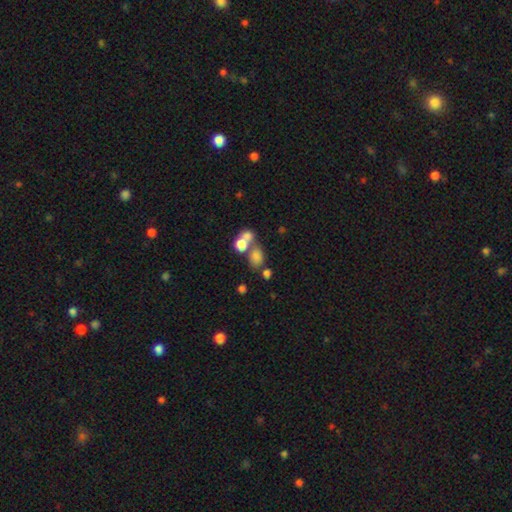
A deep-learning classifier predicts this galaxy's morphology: Smooth or featured: smooth — 66% (star or artifact — 19%)
How rounded: round — 58% (in between — 40%)
Merging: none — 43% (tied with merger — 43%)